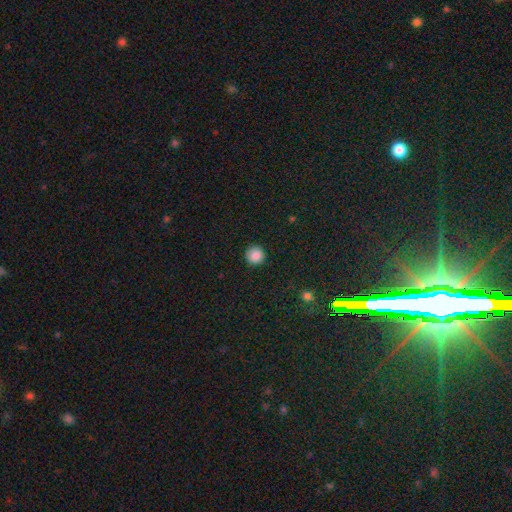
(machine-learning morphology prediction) smooth 87%, star or artifact 9%, featured or disk 3%. Down the decision tree: how rounded — round (96%); merging — none (92%).